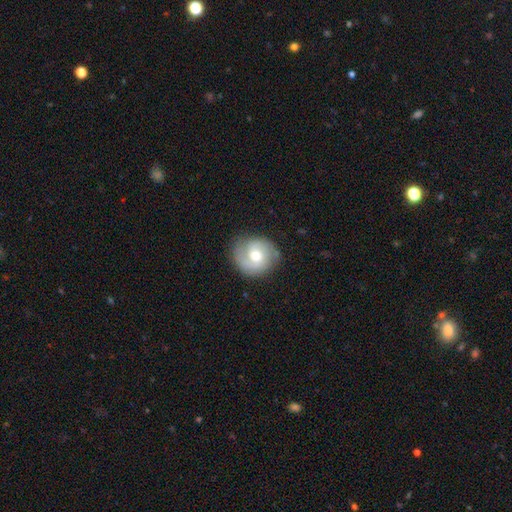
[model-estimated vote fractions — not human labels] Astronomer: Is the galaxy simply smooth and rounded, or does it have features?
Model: featured or disk — 61%.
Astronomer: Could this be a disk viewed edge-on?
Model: no — 97%.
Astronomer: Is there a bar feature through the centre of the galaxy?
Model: no — 58% (runner-up: weak, 36%).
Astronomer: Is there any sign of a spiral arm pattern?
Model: yes — 86%.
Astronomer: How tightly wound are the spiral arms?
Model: medium — 43% (runner-up: tight, 41%).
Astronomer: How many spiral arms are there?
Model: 2 — 75%.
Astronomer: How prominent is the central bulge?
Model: moderate — 72%.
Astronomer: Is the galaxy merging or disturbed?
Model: none — 79%.